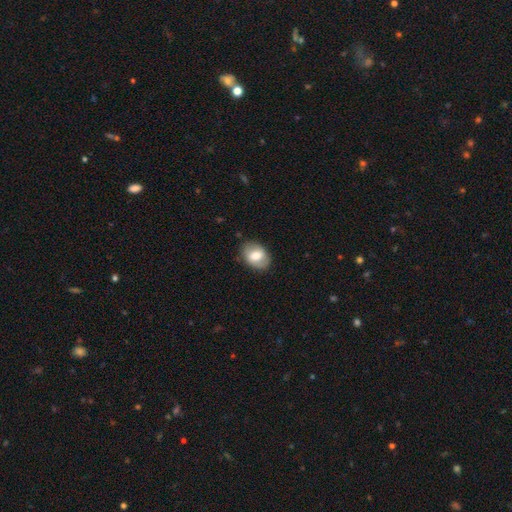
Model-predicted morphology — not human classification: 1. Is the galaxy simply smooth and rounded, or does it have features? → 63% smooth, 30% featured or disk, 7% star or artifact.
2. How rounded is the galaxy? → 73% in between, 25% round, 1% cigar-shaped.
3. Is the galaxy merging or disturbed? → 80% none, 15% minor disturbance, 4% major disturbance, 1% merger.